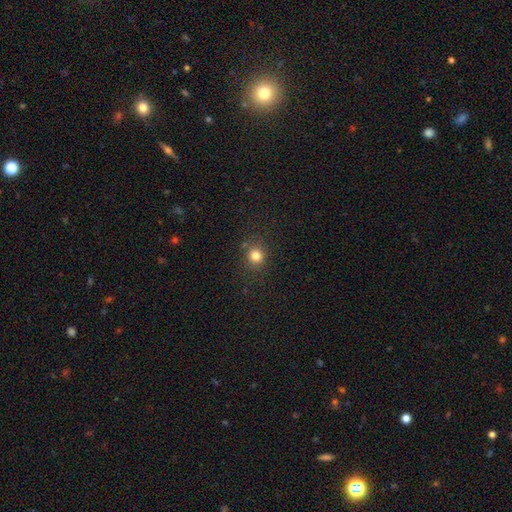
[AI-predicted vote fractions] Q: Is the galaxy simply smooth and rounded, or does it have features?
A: smooth — 80%.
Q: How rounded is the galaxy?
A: round — 86%.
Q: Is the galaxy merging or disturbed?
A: none — 82%.